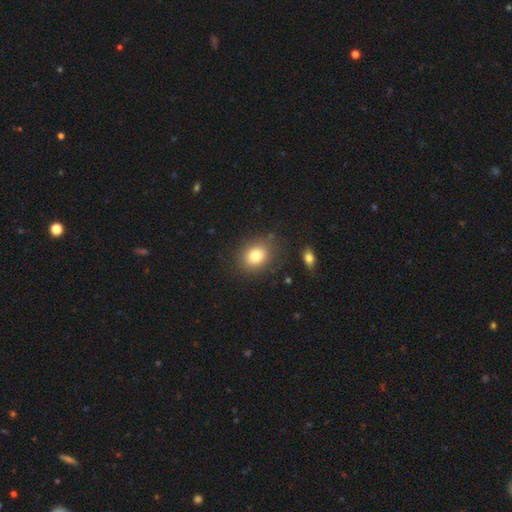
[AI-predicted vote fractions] A smooth galaxy with no disk features (80%) that is round (57%).

Vote fractions:
- Smooth or featured? smooth: 80% / star or artifact: 10% / featured or disk: 10%
- How rounded? round: 57% / in between: 42% / cigar-shaped: 1%
- Merging? none: 80% / minor disturbance: 12% / major disturbance: 4% / merger: 3%